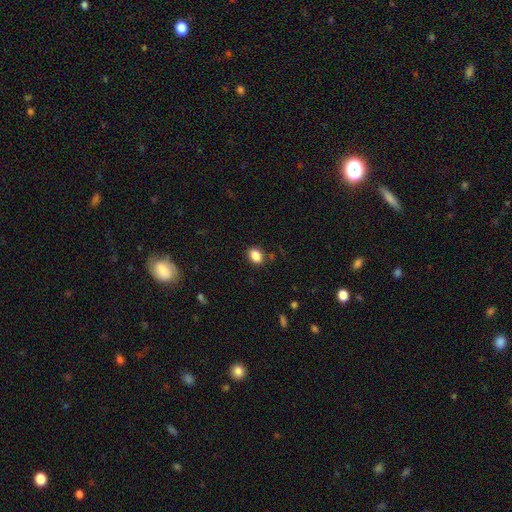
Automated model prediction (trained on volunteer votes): A smooth galaxy with no disk features (86%) that is in between round and cigar-shaped (70%).

Vote fractions:
- Smooth or featured? smooth: 86% / star or artifact: 9% / featured or disk: 4%
- How rounded? in between: 70% / round: 29% / cigar-shaped: 1%
- Merging? none: 85% / minor disturbance: 10% / major disturbance: 3% / merger: 2%